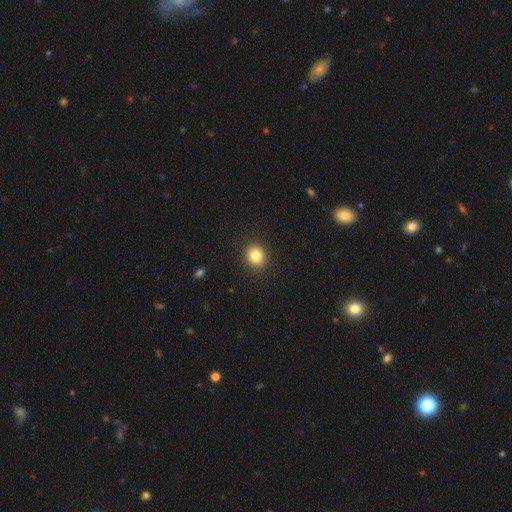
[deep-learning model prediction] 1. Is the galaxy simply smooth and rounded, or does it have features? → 83% smooth, 11% star or artifact, 6% featured or disk.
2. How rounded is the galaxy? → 75% round, 24% in between, 1% cigar-shaped.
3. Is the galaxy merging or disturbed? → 91% none, 6% minor disturbance, 2% major disturbance, 1% merger.